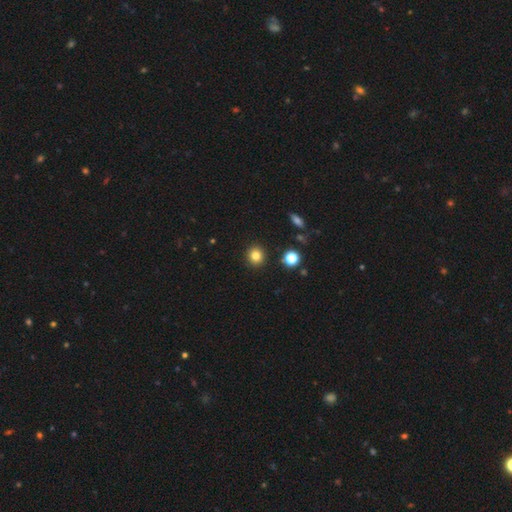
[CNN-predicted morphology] type=smooth (82%); roundness=round (90%); merging=none (91%).